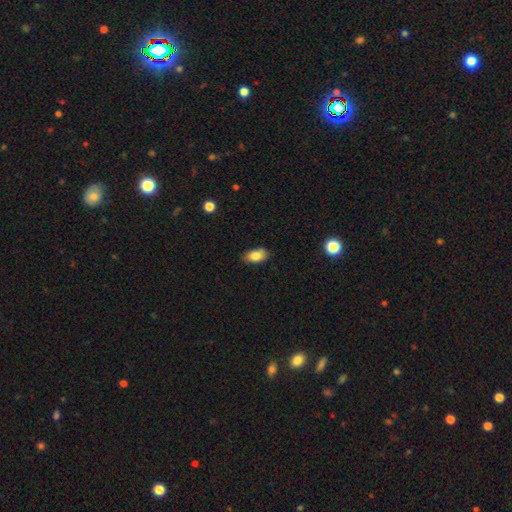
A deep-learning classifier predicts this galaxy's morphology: Q: Smooth or featured?
A: smooth (83%); runner-up: featured or disk (9%)
Q: How rounded?
A: in between (91%); runner-up: round (6%)
Q: Merging?
A: none (83%); runner-up: minor disturbance (14%)